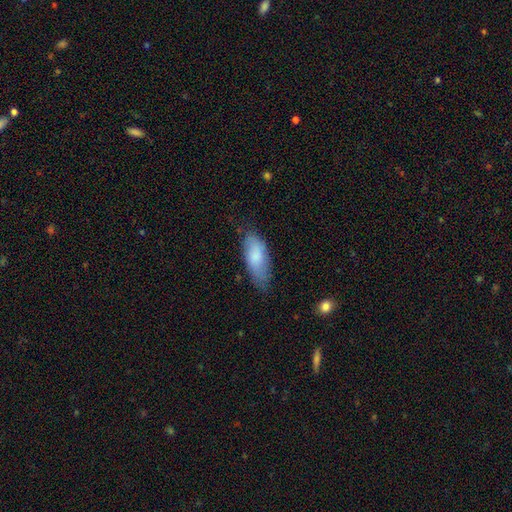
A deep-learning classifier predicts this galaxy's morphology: This is likely a smooth galaxy (78%). How rounded: likely in between (80%). Merging: likely none (64%).